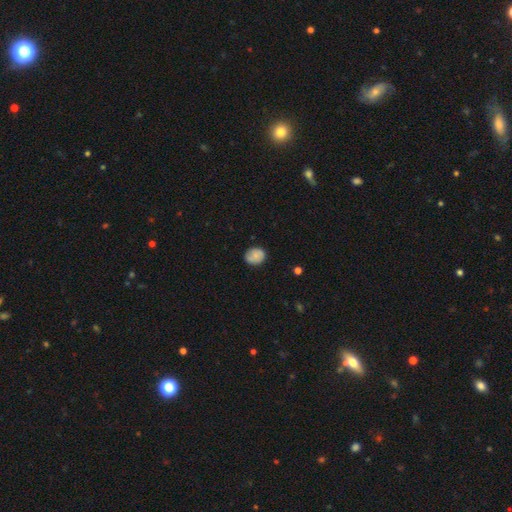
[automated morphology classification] A smooth galaxy with no disk features (74%) that is round (67%).

Vote fractions:
- Smooth or featured? smooth: 74% / featured or disk: 18% / star or artifact: 8%
- How rounded? round: 67% / in between: 32% / cigar-shaped: 1%
- Merging? none: 79% / minor disturbance: 16% / major disturbance: 3% / merger: 1%